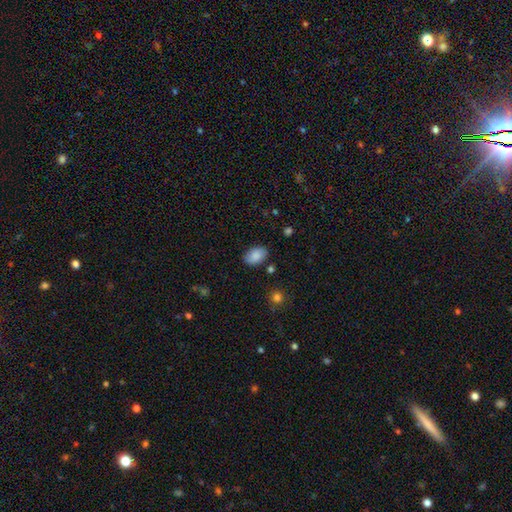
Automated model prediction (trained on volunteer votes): smooth_or_featured: smooth (p=0.86) [alt: star or artifact p=0.07]
how_rounded: in between (p=0.88) [alt: round p=0.10]
merging: none (p=0.82) [alt: minor disturbance p=0.13]